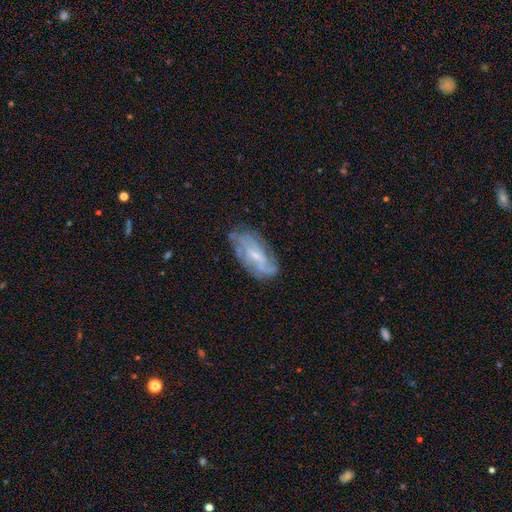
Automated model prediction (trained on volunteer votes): The model was most divided on "bar": weak: 46%, no: 41%, strong: 13%. Remaining: edge-on disk — no (92%); spiral arms — yes (87%); smooth or featured — featured or disk (75%); merging — none (70%); bulge size — small (62%); spiral winding — tight (46%); spiral arm count — can't tell (43%).